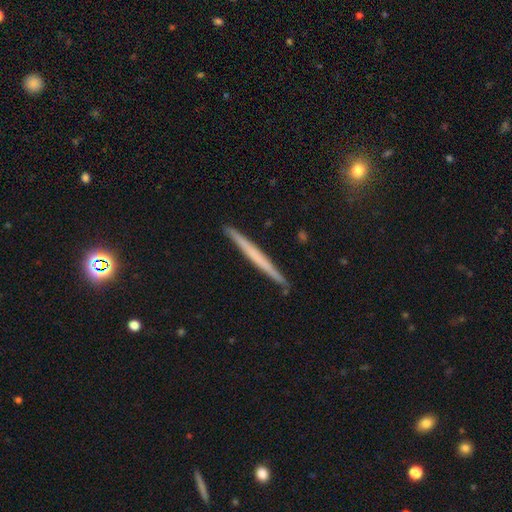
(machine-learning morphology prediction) Smooth or featured? Predicted: featured or disk (p=0.51). Edge-on disk? Predicted: yes (p=0.98). Edge-on bulge? Predicted: none (p=0.88). Merging? Predicted: none (p=0.91).